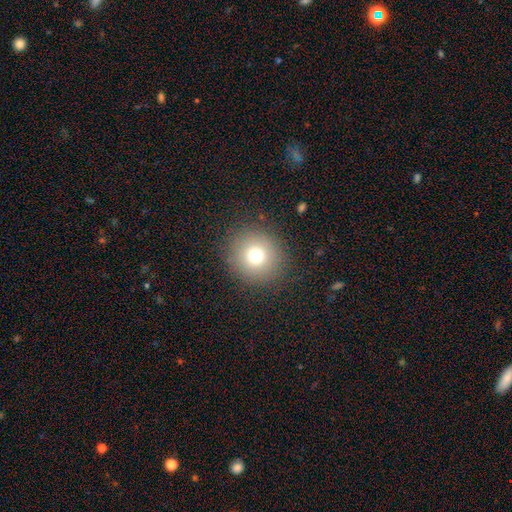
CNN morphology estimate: The model was most divided on "smooth or featured": smooth: 74%, star or artifact: 15%, featured or disk: 11%. More confident: how rounded — round (91%); merging — none (88%).